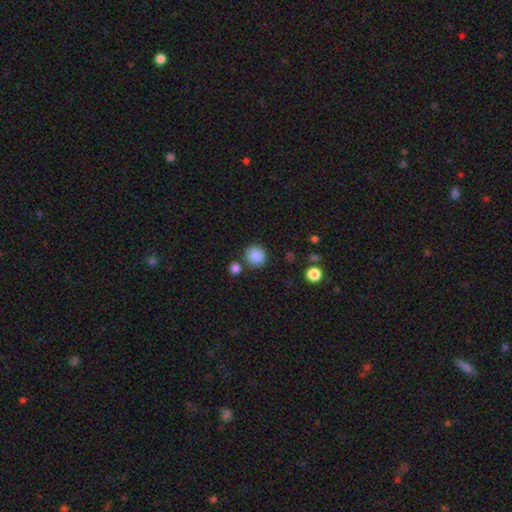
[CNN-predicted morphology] A smooth galaxy with no disk features (87%) that is round (88%).

Vote fractions:
- Smooth or featured? smooth: 87% / star or artifact: 10% / featured or disk: 3%
- How rounded? round: 88% / in between: 12% / cigar-shaped: 1%
- Merging? none: 80% / minor disturbance: 10% / merger: 7% / major disturbance: 3%